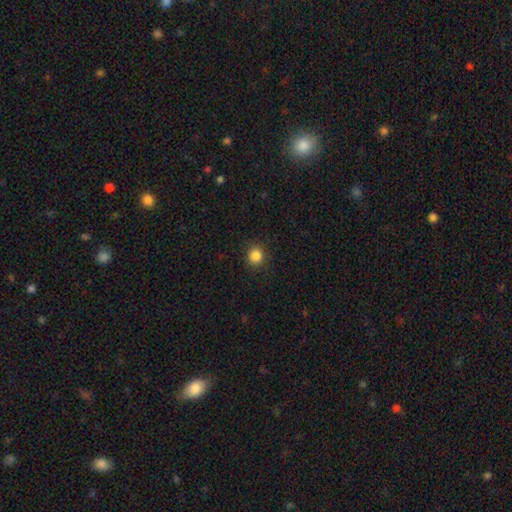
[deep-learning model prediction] Q: Smooth or featured?
A: smooth (86%); runner-up: star or artifact (11%)
Q: How rounded?
A: round (89%); runner-up: in between (10%)
Q: Merging?
A: none (90%); runner-up: minor disturbance (7%)